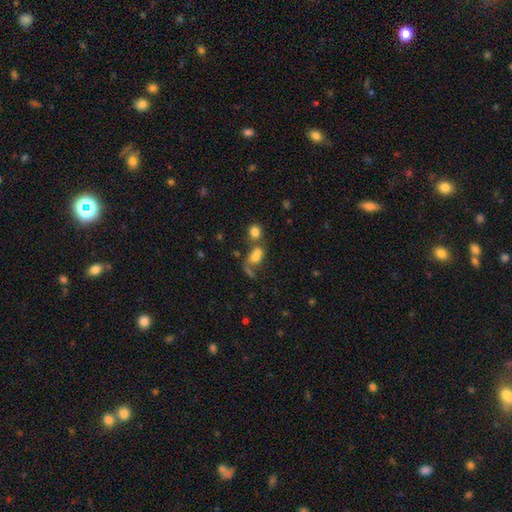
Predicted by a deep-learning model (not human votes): This appears to be a smooth galaxy with no disk features (63%) that is in between round and cigar-shaped (64%). Merging: merger (53%).